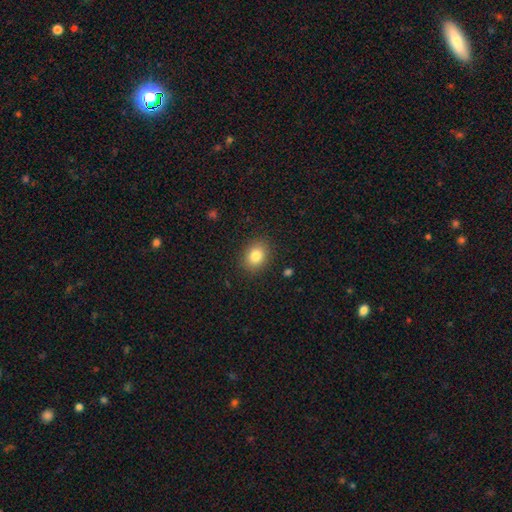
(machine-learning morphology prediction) A smooth galaxy with no disk features (83%) that is round (50%).

Vote fractions:
- Smooth or featured? smooth: 83% / star or artifact: 10% / featured or disk: 7%
- How rounded? round: 50% / in between: 49% / cigar-shaped: 1%
- Merging? none: 88% / minor disturbance: 8% / major disturbance: 3% / merger: 1%